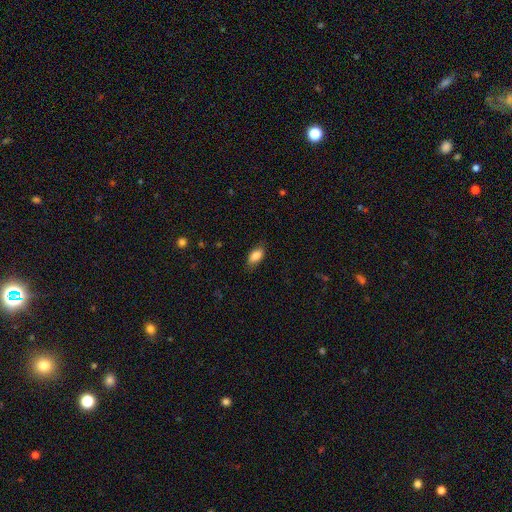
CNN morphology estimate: The model was most divided on "merging": none: 80%, minor disturbance: 15%, major disturbance: 3%, merger: 1%. More confident: how rounded — in between (90%); smooth or featured — smooth (84%).